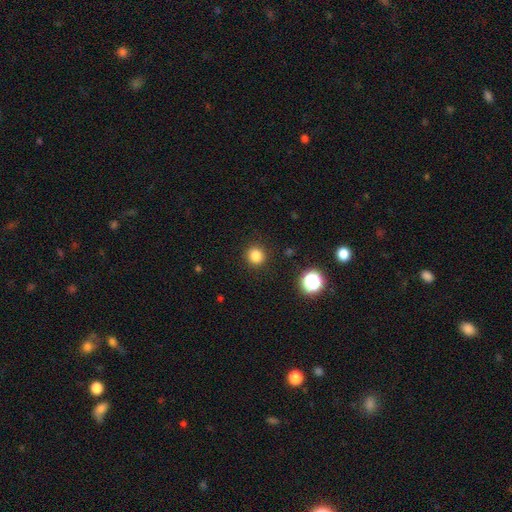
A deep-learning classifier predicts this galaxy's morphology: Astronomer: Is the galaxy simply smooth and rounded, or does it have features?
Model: smooth — 83%.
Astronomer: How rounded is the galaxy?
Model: round — 91%.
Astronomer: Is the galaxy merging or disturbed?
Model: none — 91%.